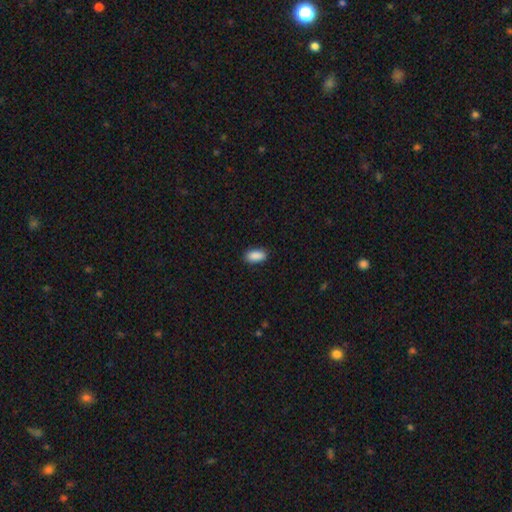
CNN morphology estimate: smooth 90%, star or artifact 7%, featured or disk 3%. Down the decision tree: how rounded — in between (91%); merging — none (87%).